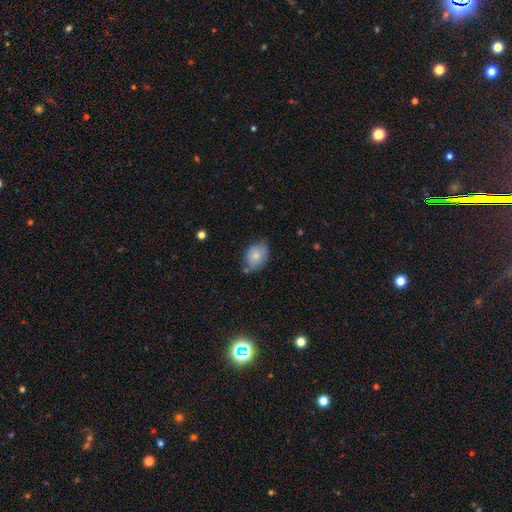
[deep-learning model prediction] Morphology: type=smooth (77%); roundness=in between (74%); merging=none (58%).